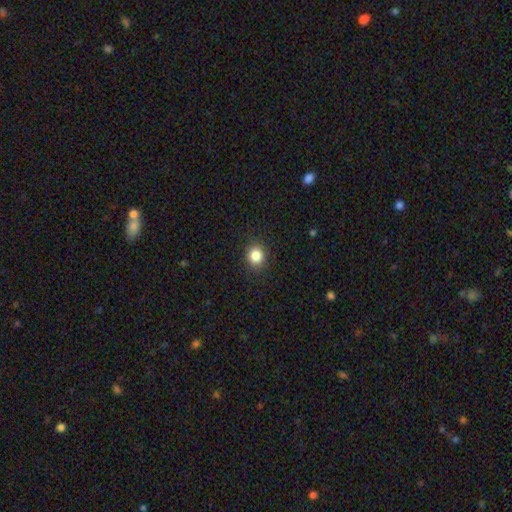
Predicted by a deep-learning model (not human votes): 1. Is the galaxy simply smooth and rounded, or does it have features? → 84% smooth, 11% star or artifact, 5% featured or disk.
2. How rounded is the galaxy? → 76% round, 23% in between, 1% cigar-shaped.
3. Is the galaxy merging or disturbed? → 90% none, 7% minor disturbance, 2% major disturbance, 1% merger.